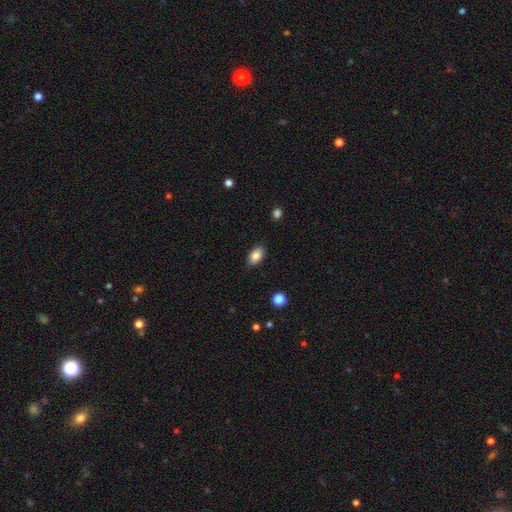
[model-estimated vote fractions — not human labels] A smooth galaxy with no disk features (84%) that is in between round and cigar-shaped (90%). Merging: none (87%).